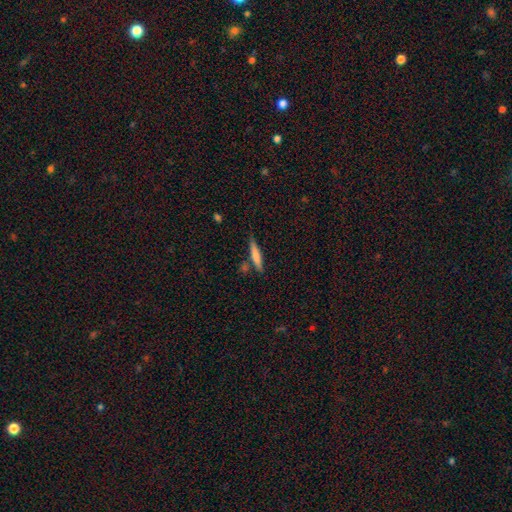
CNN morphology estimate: smooth 68%, featured or disk 26%, star or artifact 6%. Down the decision tree: how rounded — cigar-shaped (90%); merging — none (77%).